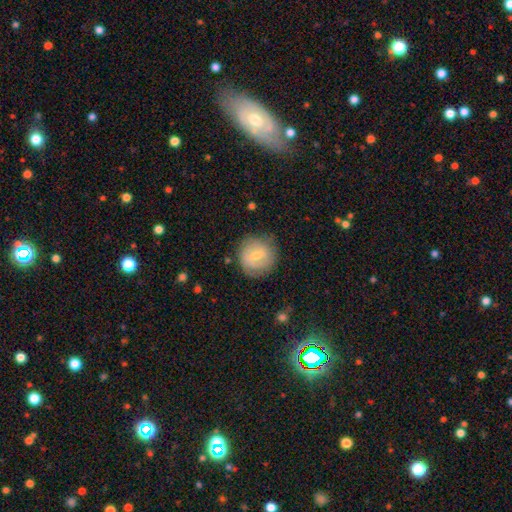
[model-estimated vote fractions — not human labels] Smooth or featured? Predicted: smooth (p=0.50). How rounded? Predicted: round (p=0.90). Merging? Predicted: none (p=0.76).